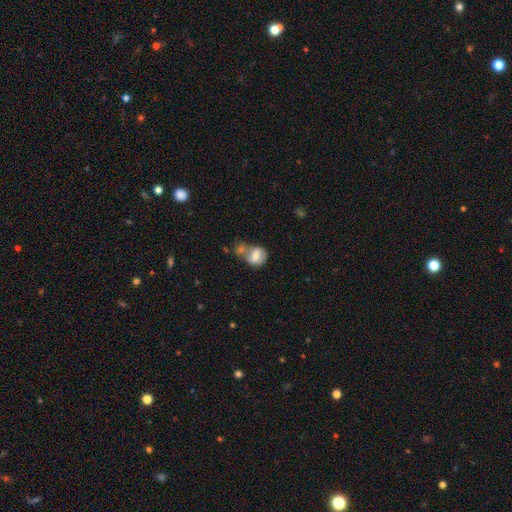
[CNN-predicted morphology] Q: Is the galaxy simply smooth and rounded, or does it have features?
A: smooth — 60%.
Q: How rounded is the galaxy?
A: in between — 58%.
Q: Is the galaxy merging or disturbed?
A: merger — 47%.